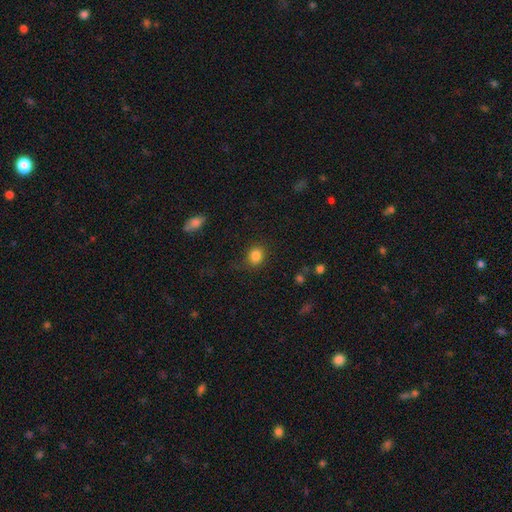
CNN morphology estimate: Smooth or featured? Predicted: smooth (p=0.84). How rounded? Predicted: round (p=0.68). Merging? Predicted: none (p=0.81).